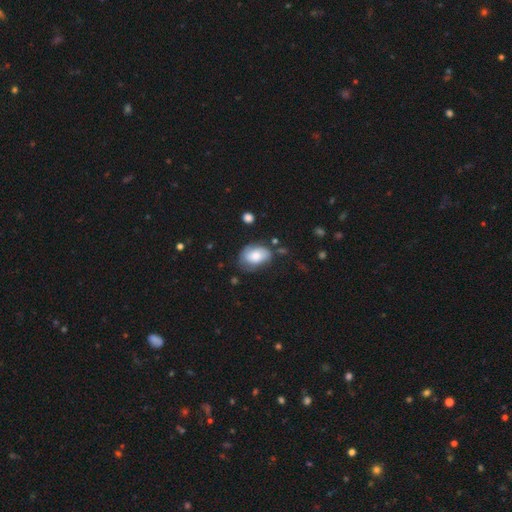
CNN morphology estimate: smooth 71%, featured or disk 21%, star or artifact 7%. Down the decision tree: how rounded — in between (85%); merging — none (55%).